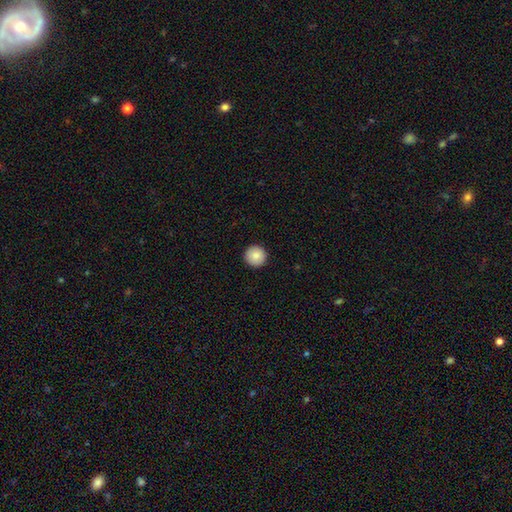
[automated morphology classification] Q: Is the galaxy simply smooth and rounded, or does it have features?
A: smooth — 87%.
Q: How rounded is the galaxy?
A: round — 96%.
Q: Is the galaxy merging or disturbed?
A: none — 93%.